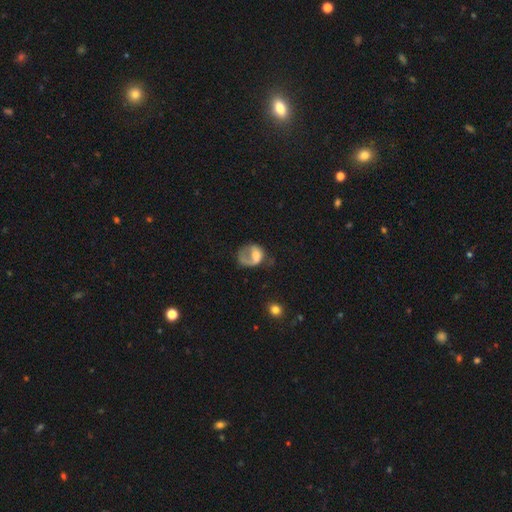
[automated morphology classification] featured or disk 46%, smooth 45%, star or artifact 9%. Down the decision tree: merging — major disturbance (49%).